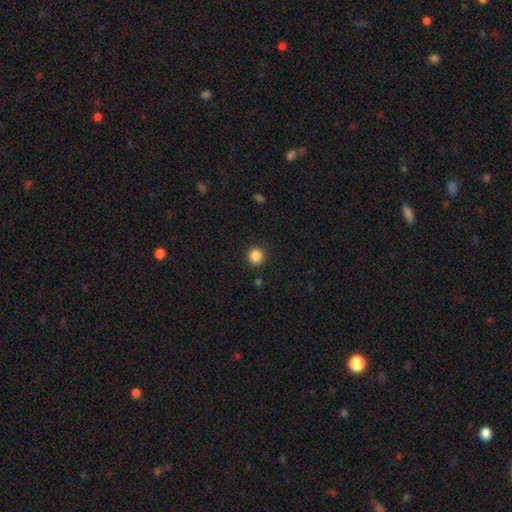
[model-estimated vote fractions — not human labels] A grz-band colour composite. It shows a smooth galaxy with no disk features (86%) that is round (94%). Merging: none (91%).